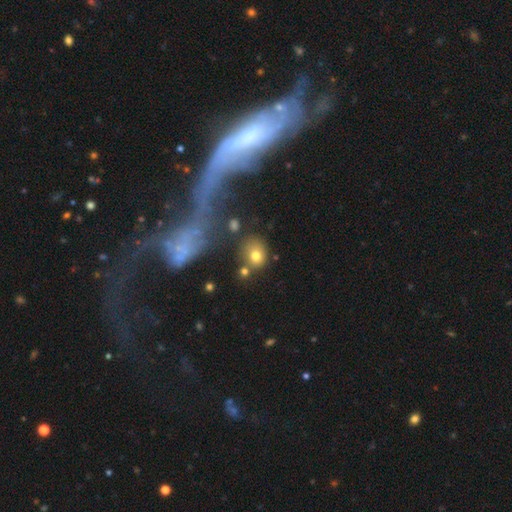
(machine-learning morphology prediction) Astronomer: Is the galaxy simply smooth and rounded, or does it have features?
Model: smooth — 74%.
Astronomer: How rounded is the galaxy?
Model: round — 67%.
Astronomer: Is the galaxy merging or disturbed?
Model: none — 63%.